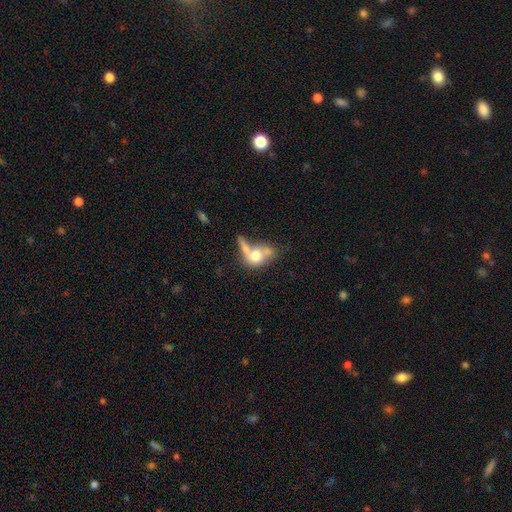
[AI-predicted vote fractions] smooth 65%, featured or disk 27%, star or artifact 8%. Down the decision tree: how rounded — in between (56%); merging — merger (55%).